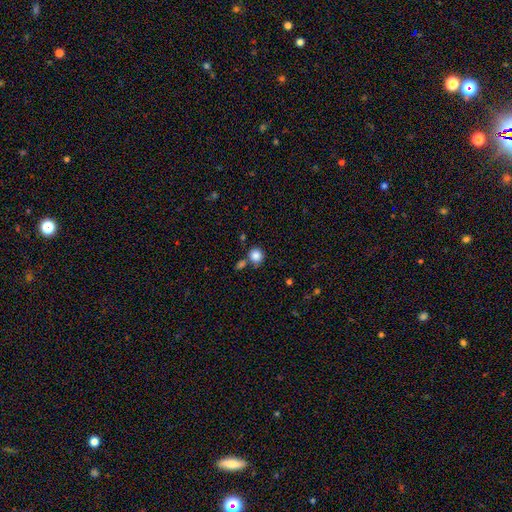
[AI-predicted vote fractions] smooth-or-featured: smooth: 85% | star or artifact: 10% | featured or disk: 5%
  how-rounded: round: 87% | in between: 12% | cigar-shaped: 1%
  merging: none: 68% | merger: 17% | minor disturbance: 11% | major disturbance: 4%